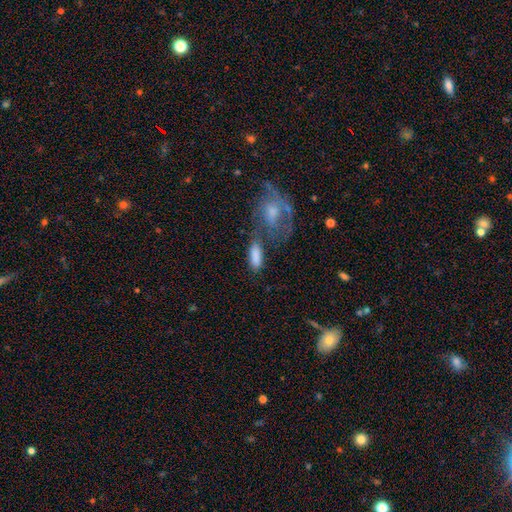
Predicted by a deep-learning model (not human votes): The model was most divided on "merging": none: 46%, merger: 25%, minor disturbance: 18%, major disturbance: 12%. More confident: smooth or featured — smooth (81%); how rounded — in between (76%).